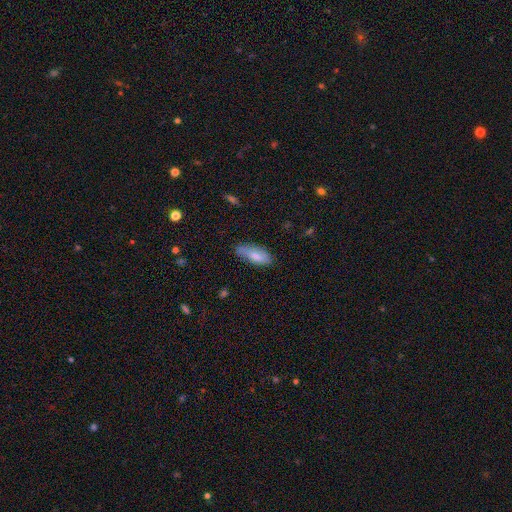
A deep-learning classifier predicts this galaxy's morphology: Overall: smooth (78%). How rounded: in between (77%). Merging: none (62%; minor disturbance 29%).